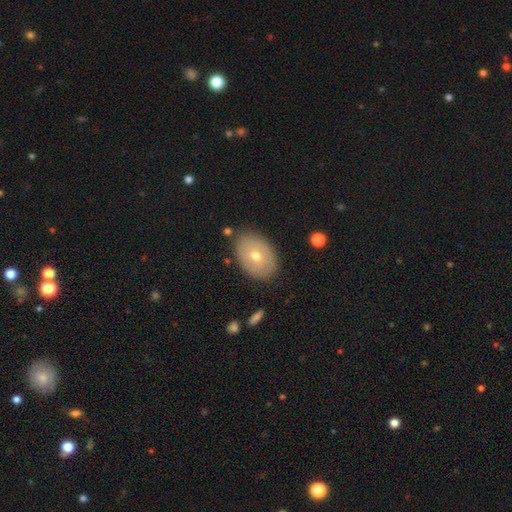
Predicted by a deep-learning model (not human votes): A smooth galaxy with no disk features (55%) that is in between round and cigar-shaped (82%). Merging: none (84%).